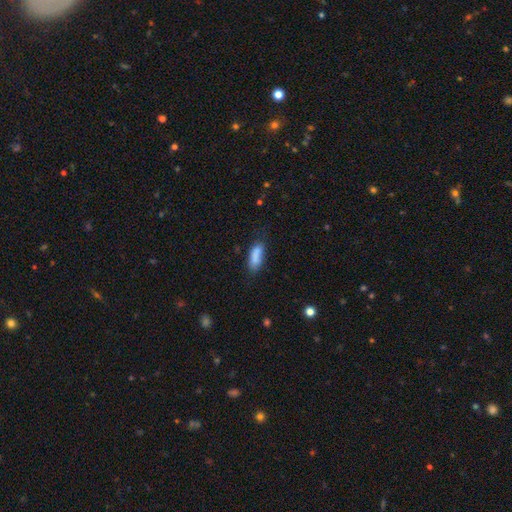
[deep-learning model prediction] This is clearly a smooth galaxy (82%). How rounded: likely in between (73%). Merging: possibly none (59%).